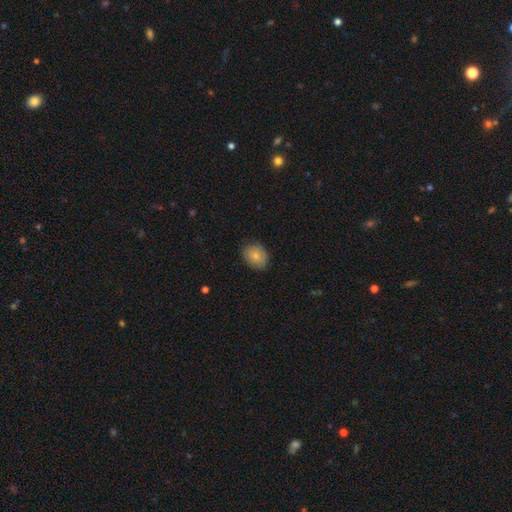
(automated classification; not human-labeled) smooth_or_featured: smooth (p=0.81) [alt: featured or disk p=0.12]
how_rounded: in between (p=0.60) [alt: round p=0.39]
merging: none (p=0.83) [alt: minor disturbance p=0.13]